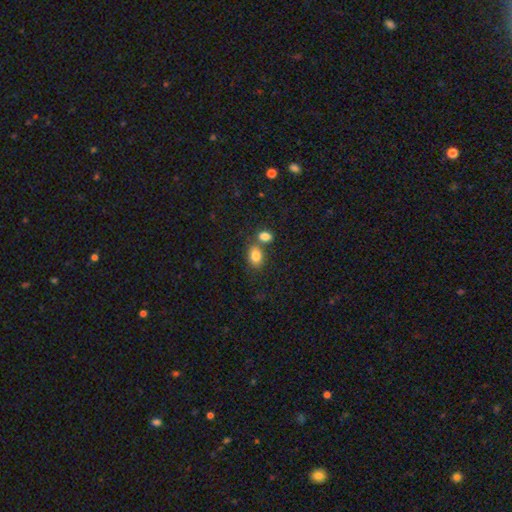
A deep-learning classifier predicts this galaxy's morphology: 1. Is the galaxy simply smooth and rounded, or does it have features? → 82% smooth, 9% star or artifact, 8% featured or disk.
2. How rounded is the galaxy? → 79% in between, 20% round, 1% cigar-shaped.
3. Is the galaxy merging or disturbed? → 52% none, 33% merger, 11% minor disturbance, 4% major disturbance.